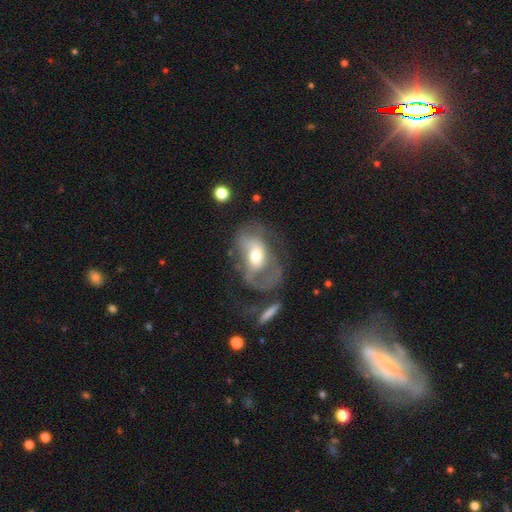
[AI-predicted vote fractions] A featured or disk galaxy (57%) with no bar (57%), spiral arms (58%) and a moderate central bulge (66%).

Vote fractions:
- Smooth or featured? featured or disk: 57% / smooth: 36% / star or artifact: 7%
- Edge-on disk? no: 94% / yes: 6%
- Bar? no: 57% / weak: 30% / strong: 13%
- Spiral arms? yes: 58% / no: 42%
- Bulge size? moderate: 66% / large: 18% / small: 13% / dominant: 2% / none: 1%
- Merging? major disturbance: 49% / none: 27% / minor disturbance: 19% / merger: 6%